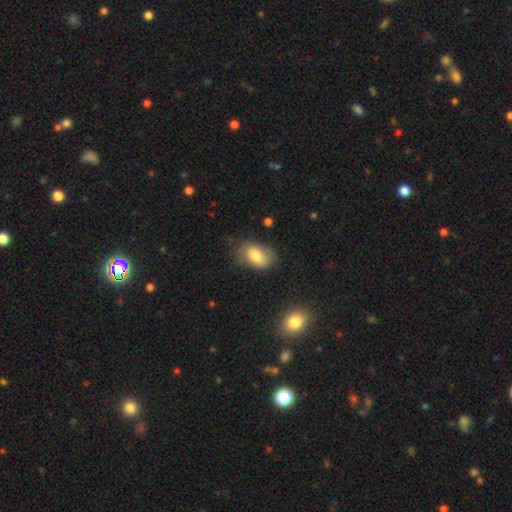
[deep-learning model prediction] Smooth or featured: smooth — 74% (featured or disk — 18%)
How rounded: in between — 88% (round — 11%)
Merging: none — 58% (minor disturbance — 29%)